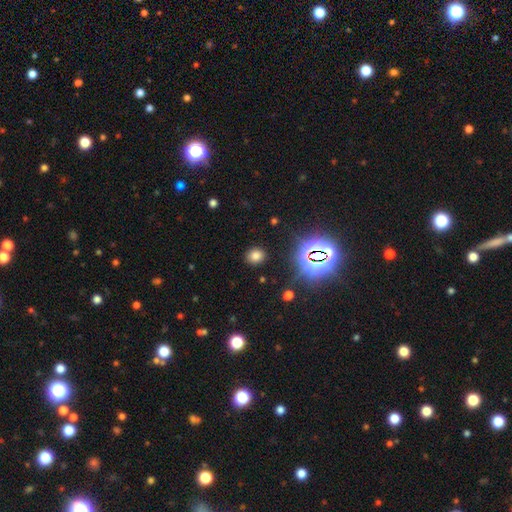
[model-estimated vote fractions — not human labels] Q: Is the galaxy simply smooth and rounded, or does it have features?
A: smooth — 72%.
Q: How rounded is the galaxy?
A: round — 70%.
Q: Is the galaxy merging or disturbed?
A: none — 88%.